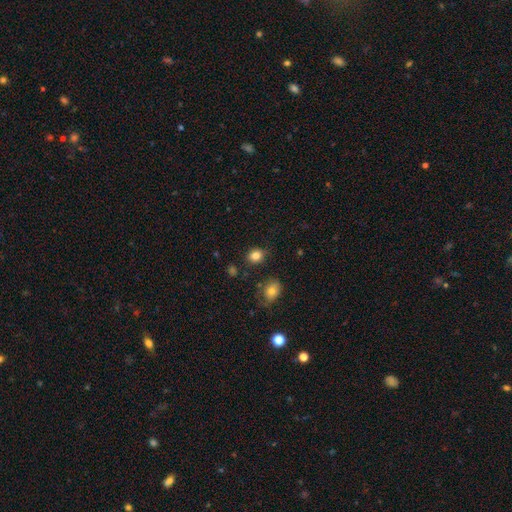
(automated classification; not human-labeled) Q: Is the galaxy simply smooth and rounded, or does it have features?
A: smooth — 83%.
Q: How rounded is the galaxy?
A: round — 60%.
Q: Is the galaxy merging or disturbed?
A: none — 82%.